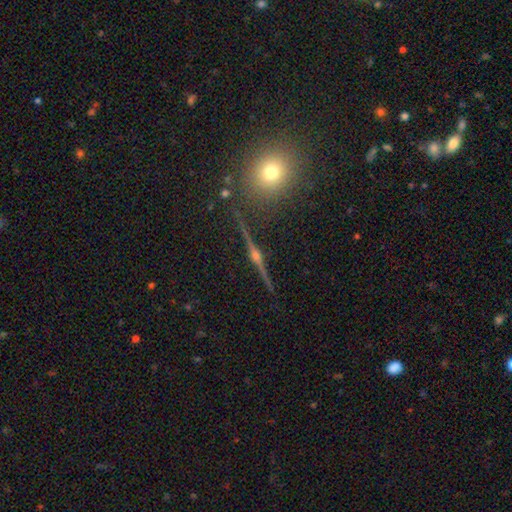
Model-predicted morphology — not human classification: The model was most divided on "smooth or featured": featured or disk: 84%, star or artifact: 10%, smooth: 6%. More confident: edge-on disk — yes (98%); edge-on bulge — rounded (94%); merging — none (91%).